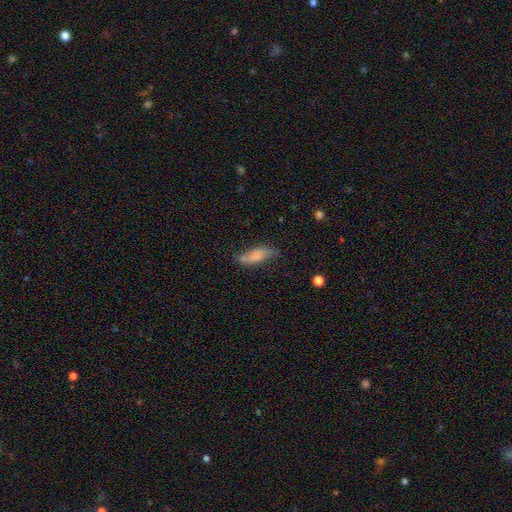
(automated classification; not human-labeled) Smooth or featured? smooth (66%)
How rounded? cigar-shaped (50%)
Merging? none (57%)